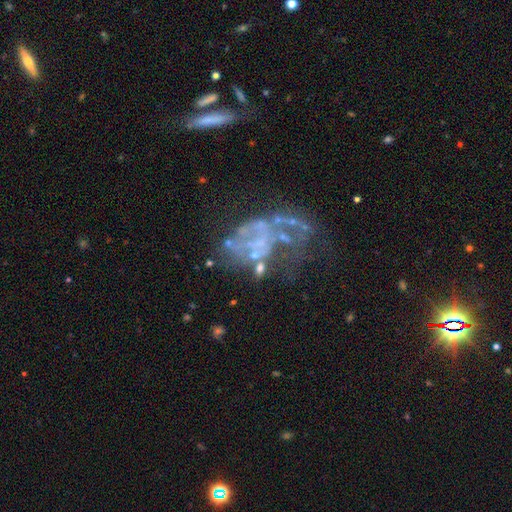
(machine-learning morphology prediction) Smooth or featured: featured or disk — 71% (star or artifact — 16%)
Edge-on disk: no — 98% (yes — 2%)
Bar: no — 86% (weak — 11%)
Spiral arms: no — 78% (yes — 22%)
Bulge size: none — 77% (small — 13%)
Merging: major disturbance — 44% (none — 27%)